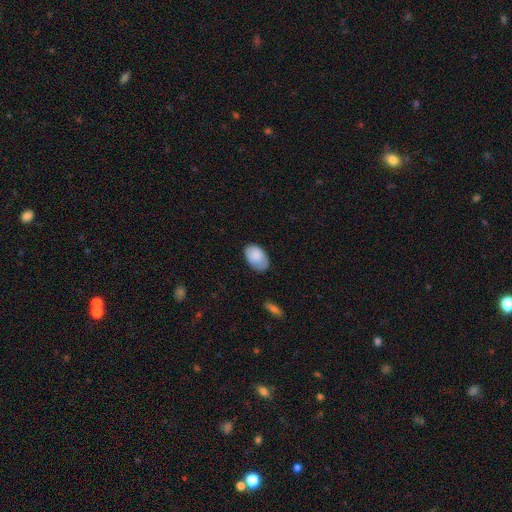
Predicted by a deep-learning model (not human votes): Smooth or featured?
  - smooth: 84% *
  - featured or disk: 9%
  - star or artifact: 6%
How rounded?
  - in between: 91% *
  - round: 8%
  - cigar-shaped: 1%
Merging?
  - none: 73% *
  - minor disturbance: 21%
  - major disturbance: 5%
  - merger: 1%